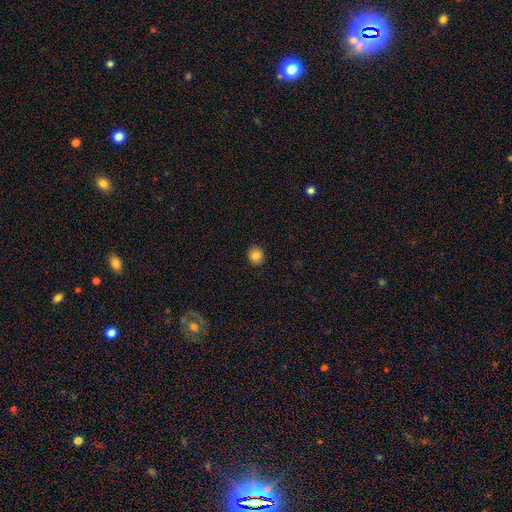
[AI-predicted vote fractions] smooth-or-featured: smooth: 85% | star or artifact: 11% | featured or disk: 4%
  how-rounded: round: 84% | in between: 15% | cigar-shaped: 1%
  merging: none: 90% | minor disturbance: 7% | major disturbance: 2% | merger: 1%